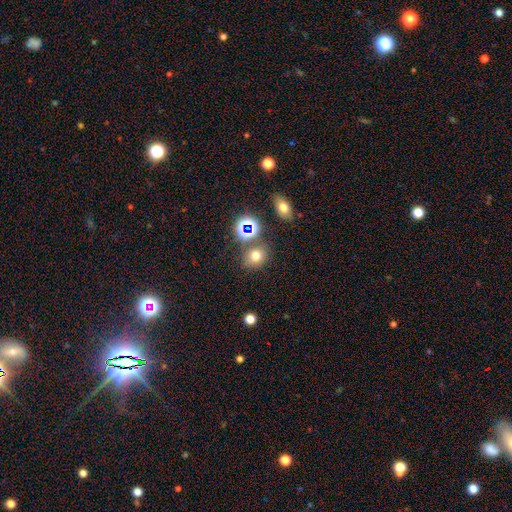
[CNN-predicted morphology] Smooth or featured?
  - smooth: 69% *
  - star or artifact: 21%
  - featured or disk: 9%
How rounded?
  - round: 58% *
  - in between: 41%
  - cigar-shaped: 1%
Merging?
  - none: 73% *
  - merger: 12%
  - minor disturbance: 11%
  - major disturbance: 4%